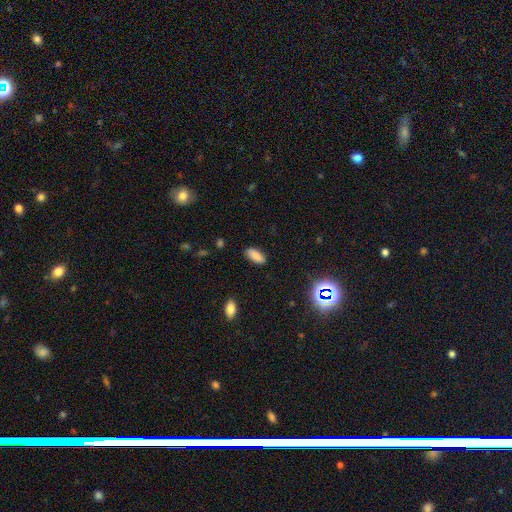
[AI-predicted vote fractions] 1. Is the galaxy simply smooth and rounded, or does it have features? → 85% smooth, 9% star or artifact, 5% featured or disk.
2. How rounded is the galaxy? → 82% in between, 16% cigar-shaped, 2% round.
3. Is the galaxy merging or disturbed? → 86% none, 11% minor disturbance, 2% major disturbance, 1% merger.